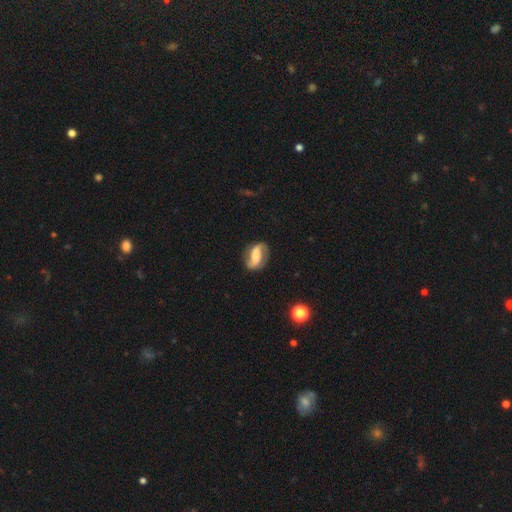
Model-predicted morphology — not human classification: A featured or disk galaxy (76%) with a strong bar (46%), 2 (90%) loose (48%) spiral arms (92%) and a moderate central bulge (30%).

Vote fractions:
- Smooth or featured? featured or disk: 76% / smooth: 18% / star or artifact: 7%
- Edge-on disk? no: 96% / yes: 4%
- Bar? strong: 46% / weak: 33% / no: 21%
- Spiral arms? yes: 92% / no: 8%
- Spiral winding? loose: 48% / medium: 36% / tight: 16%
- Spiral arm count? 2: 90% / 1: 4% / can't tell: 4% / 3: 1% / 4: 1% / more than 4: 1%
- Bulge size? moderate: 30% / large: 24% / small: 21% / none: 20% / dominant: 5%
- Merging? none: 77% / minor disturbance: 15% / major disturbance: 6% / merger: 2%